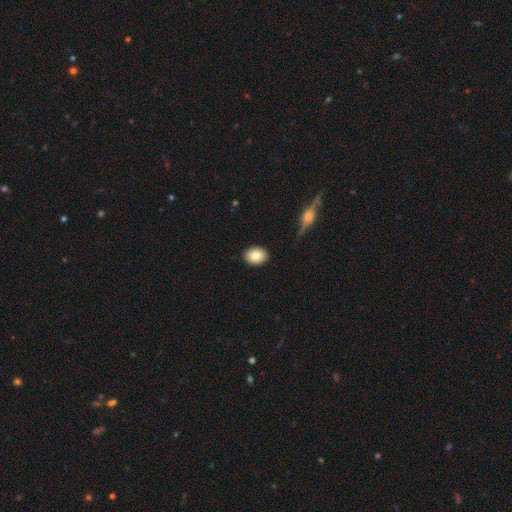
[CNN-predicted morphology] Overall: smooth (83%). How rounded: in between (57%; round 42%). Merging: none (90%).